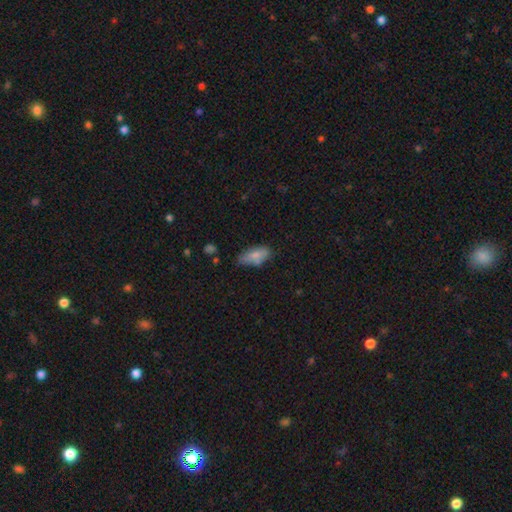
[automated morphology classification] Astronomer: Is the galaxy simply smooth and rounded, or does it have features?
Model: smooth — 78%.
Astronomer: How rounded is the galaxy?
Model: in between — 85%.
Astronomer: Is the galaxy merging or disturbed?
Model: none — 62%.